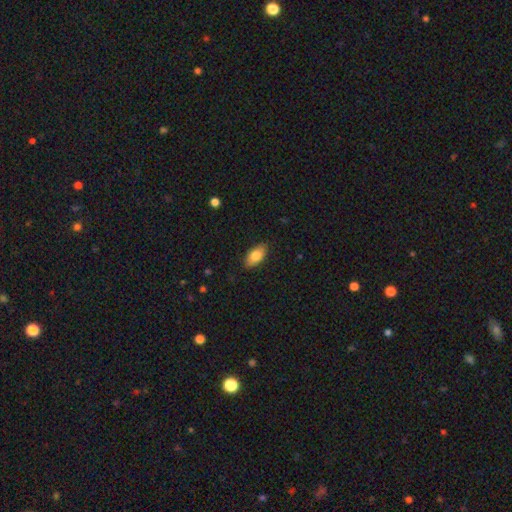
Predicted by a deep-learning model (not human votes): A smooth galaxy with no disk features (80%) that is in between round and cigar-shaped (91%). Merging: none (87%).